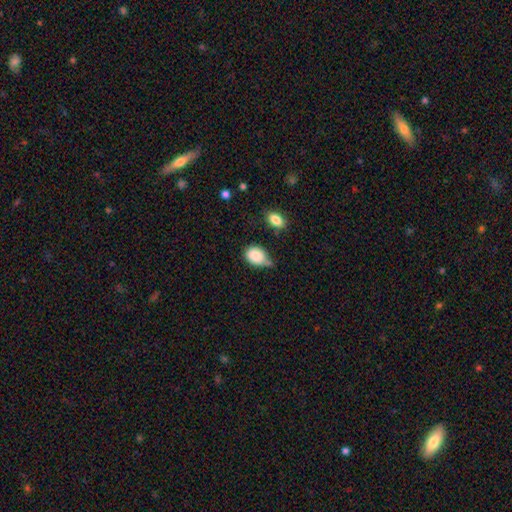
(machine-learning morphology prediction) Smooth or featured: smooth — 85% (star or artifact — 8%)
How rounded: in between — 61% (round — 38%)
Merging: none — 41% (minor disturbance — 37%)